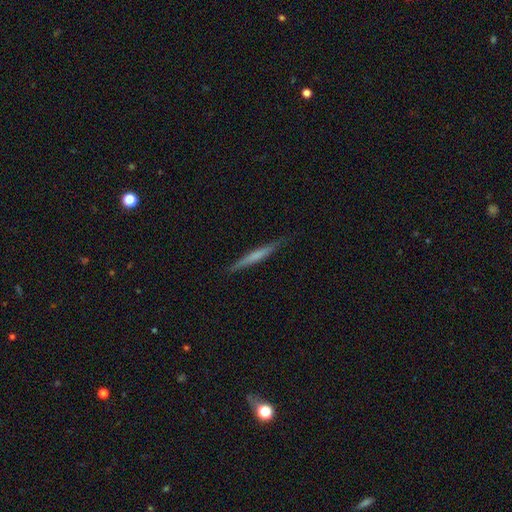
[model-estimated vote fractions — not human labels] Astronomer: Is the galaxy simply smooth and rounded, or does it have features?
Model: smooth — 48% (runner-up: featured or disk, 46%).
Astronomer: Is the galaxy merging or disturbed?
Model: none — 87%.